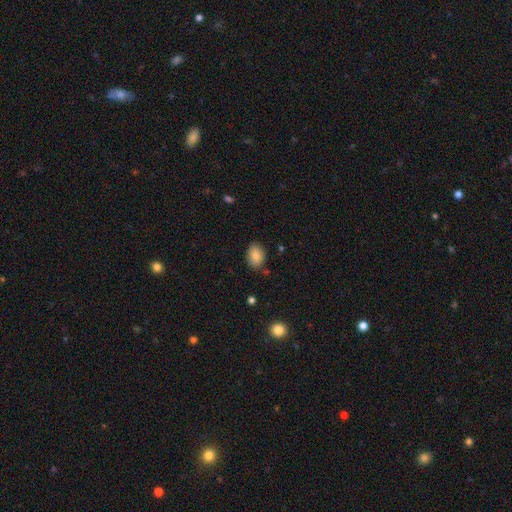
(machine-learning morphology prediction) This appears to be a smooth galaxy with no disk features (83%) that is in between round and cigar-shaped (78%). Merging: none (82%).